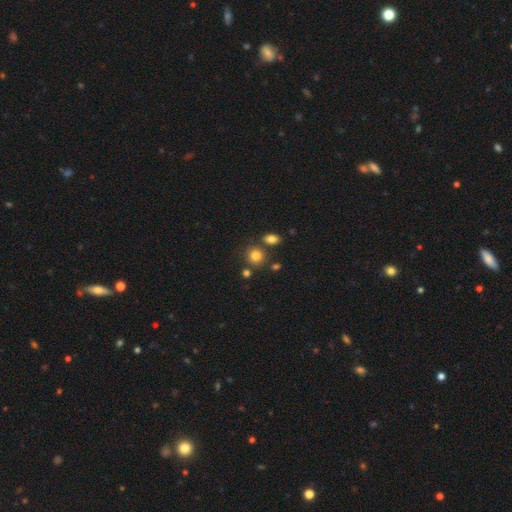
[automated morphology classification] smooth 82%, star or artifact 12%, featured or disk 7%. Down the decision tree: how rounded — round (83%); merging — none (74%).